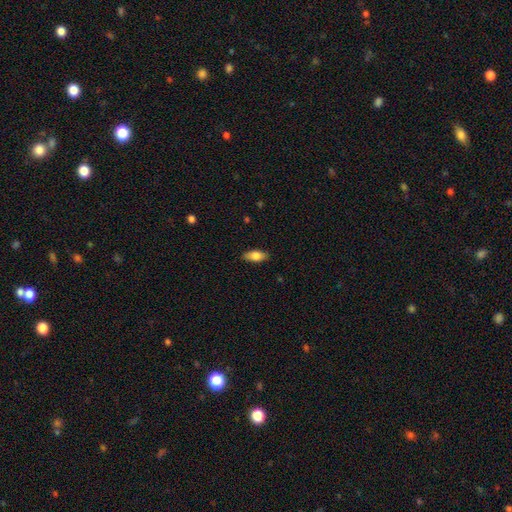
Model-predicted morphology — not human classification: Smooth or featured? Predicted: smooth (p=0.78). How rounded? Predicted: in between (p=0.84). Merging? Predicted: none (p=0.87).